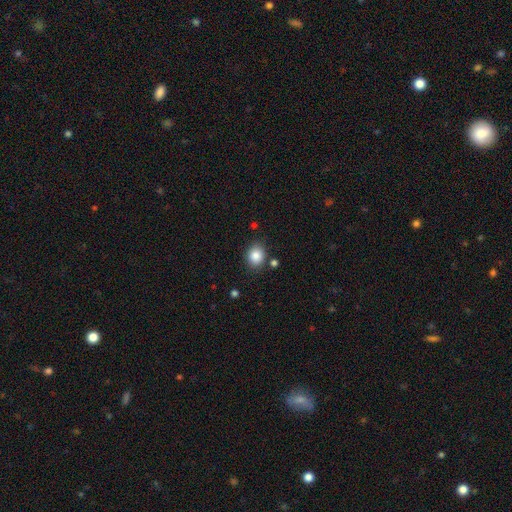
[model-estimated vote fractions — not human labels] Smooth or featured? Predicted: smooth (p=0.85). How rounded? Predicted: round (p=0.61). Merging? Predicted: none (p=0.82).